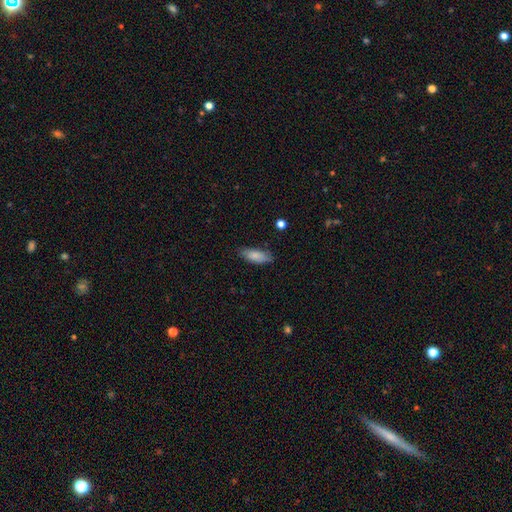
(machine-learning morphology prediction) Smooth or featured? smooth (84%)
How rounded? in between (74%)
Merging? none (78%)